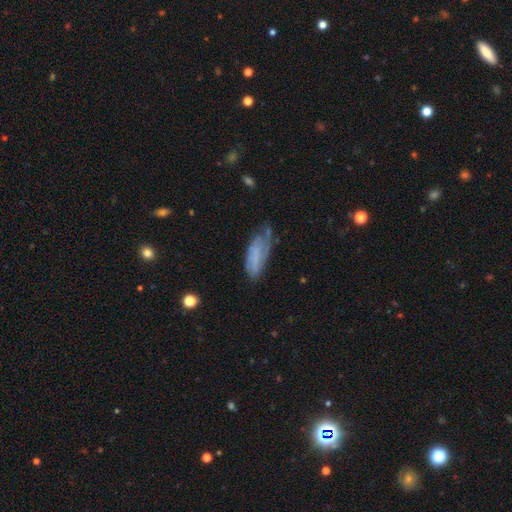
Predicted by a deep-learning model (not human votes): The model was most divided on "merging": none: 42%, minor disturbance: 35%, major disturbance: 19%, merger: 4%. More confident: how rounded — in between (69%); smooth or featured — smooth (52%).